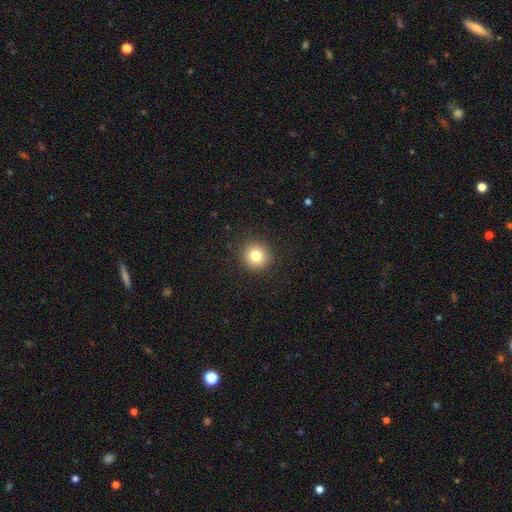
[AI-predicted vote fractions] Smooth or featured: smooth — 81% (star or artifact — 11%)
How rounded: round — 93% (in between — 6%)
Merging: none — 92% (minor disturbance — 5%)